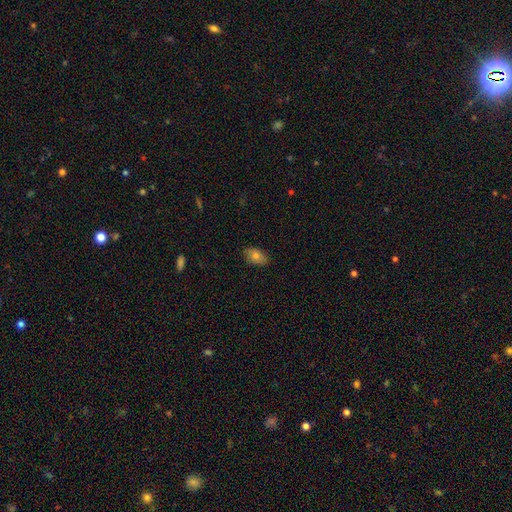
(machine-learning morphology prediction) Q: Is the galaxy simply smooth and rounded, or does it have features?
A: smooth — 74%.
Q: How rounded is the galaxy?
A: in between — 88%.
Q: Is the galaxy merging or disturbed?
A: none — 82%.